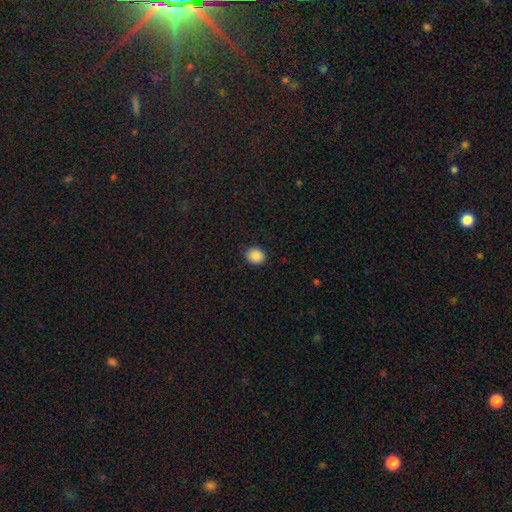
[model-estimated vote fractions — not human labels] smooth 89%, star or artifact 9%, featured or disk 2%. Down the decision tree: how rounded — round (65%); merging — none (90%).